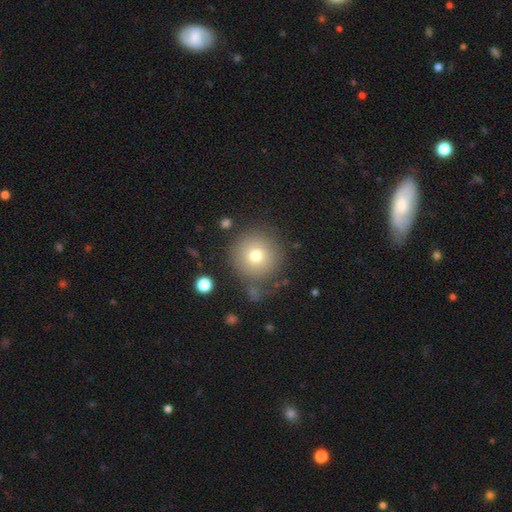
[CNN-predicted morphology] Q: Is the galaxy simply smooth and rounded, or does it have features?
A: smooth — 74%.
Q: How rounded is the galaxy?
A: round — 96%.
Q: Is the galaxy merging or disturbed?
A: none — 79%.